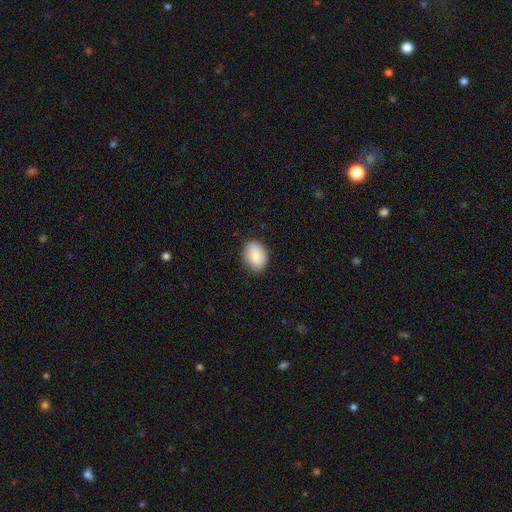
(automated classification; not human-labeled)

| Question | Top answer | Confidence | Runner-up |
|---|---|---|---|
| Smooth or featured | smooth | 85% | featured or disk (8%) |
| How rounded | in between | 68% | round (31%) |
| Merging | none | 82% | minor disturbance (14%) |